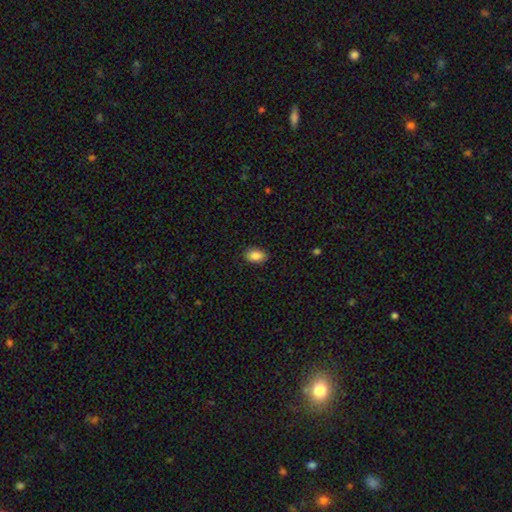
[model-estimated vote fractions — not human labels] Smooth or featured: smooth — 88% (star or artifact — 8%)
How rounded: in between — 89% (round — 10%)
Merging: none — 88% (minor disturbance — 9%)